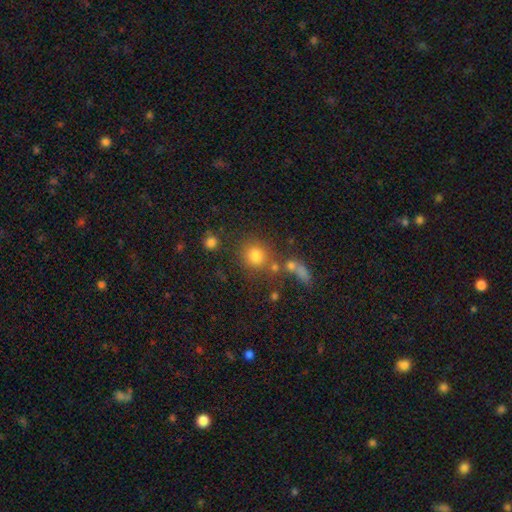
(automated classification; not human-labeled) This is likely a smooth galaxy (76%). How rounded: clearly round (88%). Merging: likely none (69%).